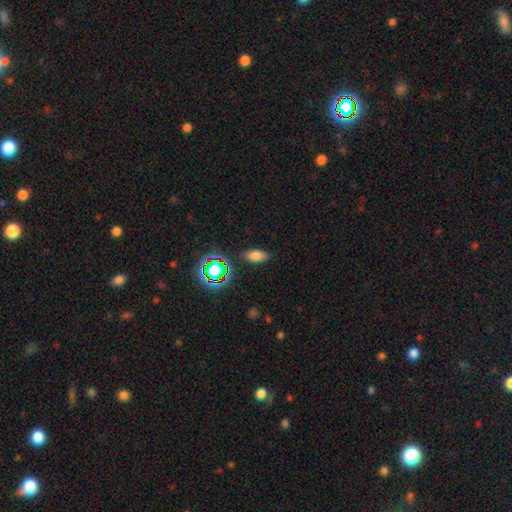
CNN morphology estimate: Smooth or featured: smooth — 72% (star or artifact — 19%)
How rounded: in between — 87% (cigar-shaped — 7%)
Merging: none — 85% (minor disturbance — 10%)